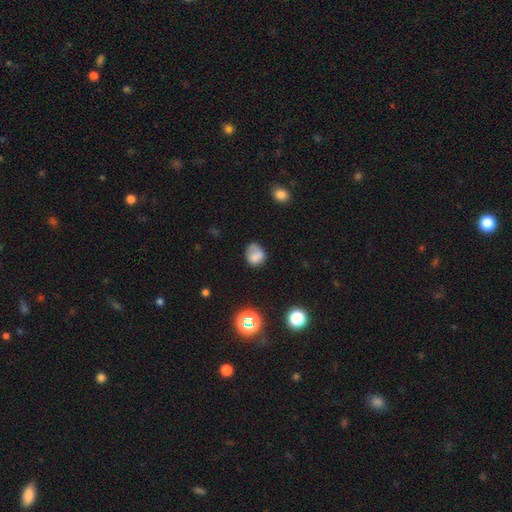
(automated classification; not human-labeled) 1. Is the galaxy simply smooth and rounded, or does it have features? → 76% smooth, 13% star or artifact, 12% featured or disk.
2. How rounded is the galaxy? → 58% round, 41% in between, 1% cigar-shaped.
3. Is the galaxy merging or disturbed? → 51% none, 31% minor disturbance, 13% major disturbance, 5% merger.